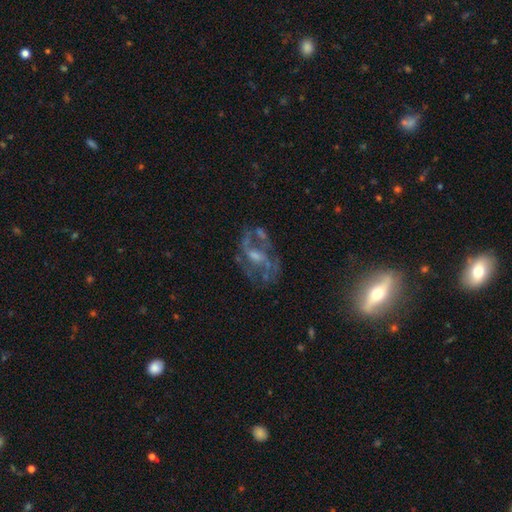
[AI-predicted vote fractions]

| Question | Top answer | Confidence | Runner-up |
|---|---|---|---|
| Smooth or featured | featured or disk | 73% | star or artifact (14%) |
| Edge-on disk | no | 95% | yes (5%) |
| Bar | no | 49% | weak (38%) |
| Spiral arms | yes | 58% | no (42%) |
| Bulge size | moderate | 38% | tied: small (38%) |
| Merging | none | 52% | major disturbance (24%) |